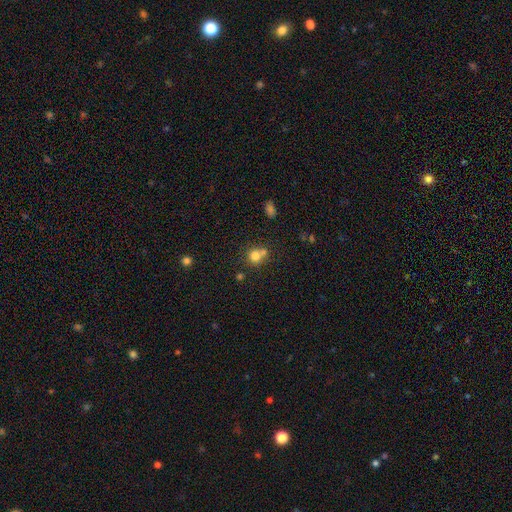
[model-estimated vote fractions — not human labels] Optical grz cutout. It shows a smooth galaxy with no disk features (77%) that is round (86%). Merging: none (51%).